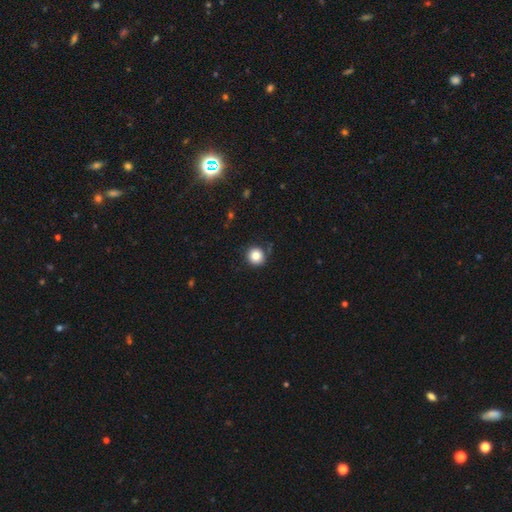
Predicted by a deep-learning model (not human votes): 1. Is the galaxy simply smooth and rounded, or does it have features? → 83% smooth, 11% star or artifact, 7% featured or disk.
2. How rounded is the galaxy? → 92% round, 7% in between, 1% cigar-shaped.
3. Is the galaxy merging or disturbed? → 85% none, 10% minor disturbance, 3% major disturbance, 2% merger.